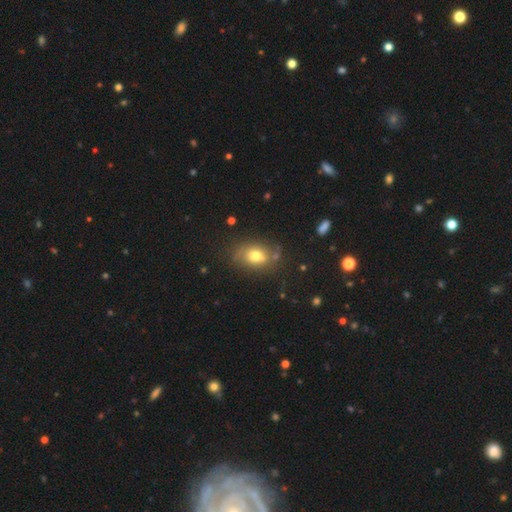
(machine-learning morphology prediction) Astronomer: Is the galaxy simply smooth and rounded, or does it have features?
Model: smooth — 72%.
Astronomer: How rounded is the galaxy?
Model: in between — 65%.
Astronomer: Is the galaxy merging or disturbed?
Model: none — 70%.